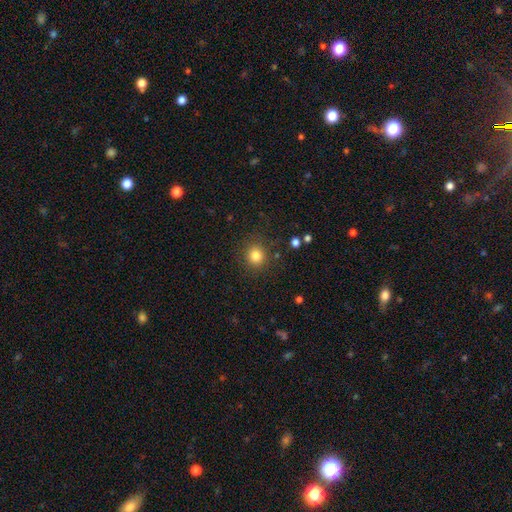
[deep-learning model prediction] Smooth or featured? smooth (82%)
How rounded? round (90%)
Merging? none (87%)